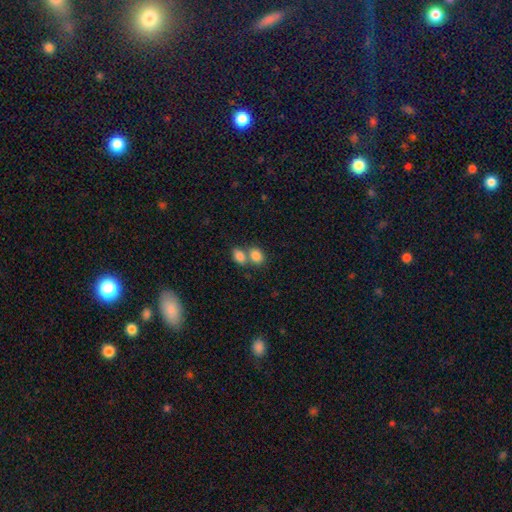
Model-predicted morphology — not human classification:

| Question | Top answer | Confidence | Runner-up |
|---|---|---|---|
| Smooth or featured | smooth | 84% | star or artifact (9%) |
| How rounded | in between | 63% | round (36%) |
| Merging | merger | 55% | none (35%) |